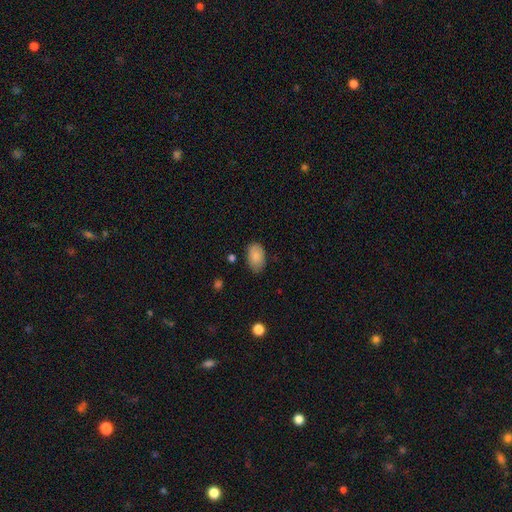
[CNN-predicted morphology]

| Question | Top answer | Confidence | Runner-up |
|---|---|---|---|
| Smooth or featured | smooth | 87% | star or artifact (7%) |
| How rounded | in between | 92% | round (7%) |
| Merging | none | 80% | minor disturbance (15%) |